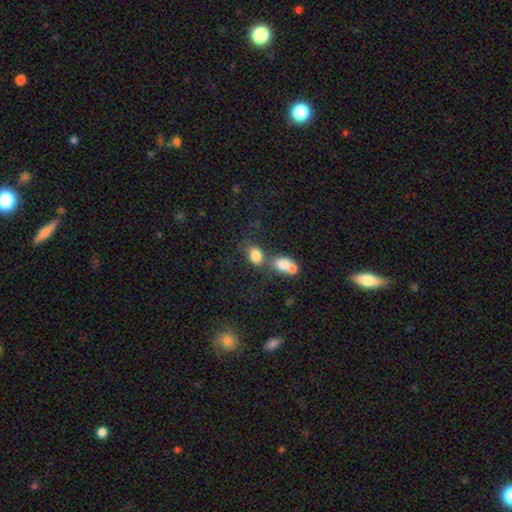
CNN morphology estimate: smooth-or-featured: smooth: 80% | star or artifact: 10% | featured or disk: 10%
  how-rounded: in between: 66% | round: 33% | cigar-shaped: 2%
  merging: merger: 45% | none: 37% | minor disturbance: 11% | major disturbance: 7%